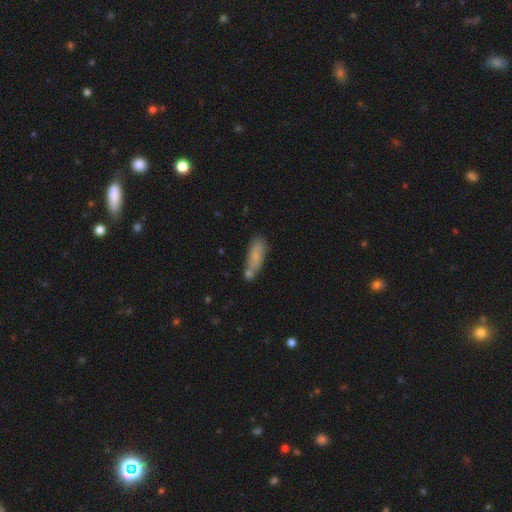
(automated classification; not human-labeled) Morphology: type=smooth (74%); roundness=in between (58%); merging=none (51%).